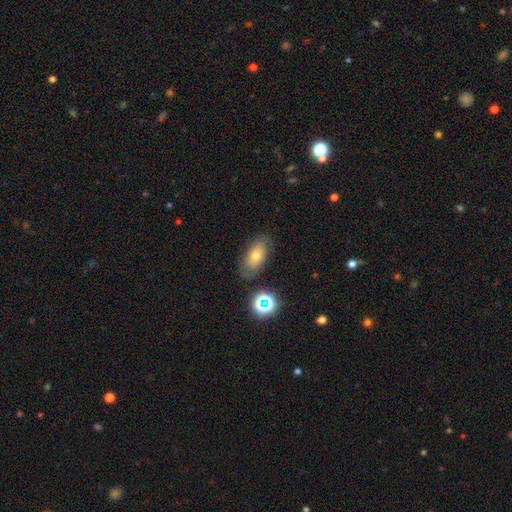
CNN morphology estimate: Overall: smooth (59%; featured or disk 27%). How rounded: in between (87%). Merging: none (77%).